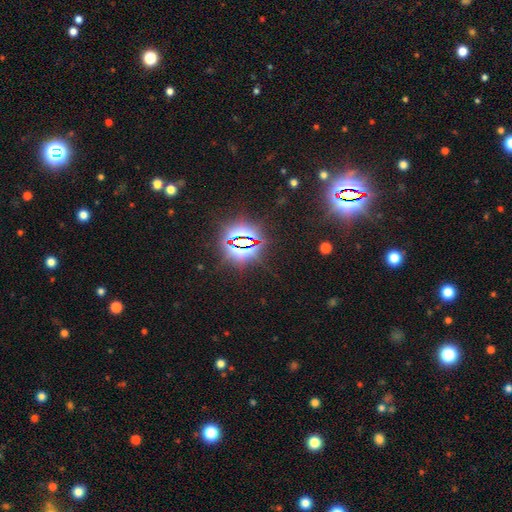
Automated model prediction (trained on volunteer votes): Q: Smooth or featured?
A: star or artifact (83%); runner-up: smooth (11%)